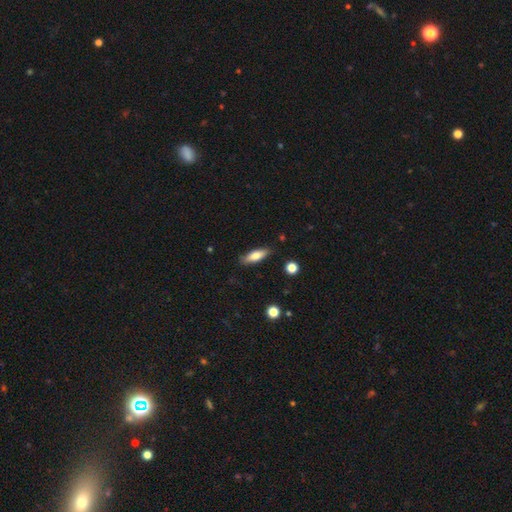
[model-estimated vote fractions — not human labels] Smooth or featured? Predicted: smooth (p=0.73). How rounded? Predicted: in between (p=0.55). Merging? Predicted: none (p=0.82).